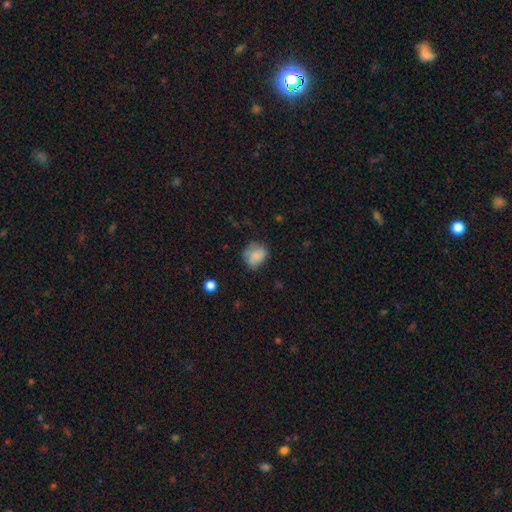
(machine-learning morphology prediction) Overall: smooth (75%). How rounded: round (51%; in between 48%). Merging: none (54%; minor disturbance 29%).